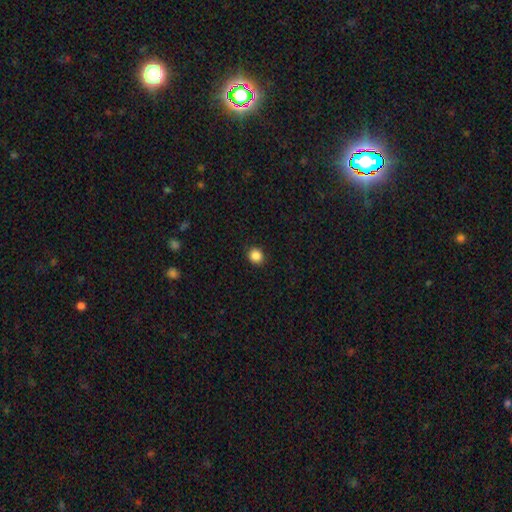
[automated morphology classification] The model was most divided on "how rounded": round: 84%, in between: 15%, cigar-shaped: 1%. More confident: merging — none (91%); smooth or featured — smooth (86%).